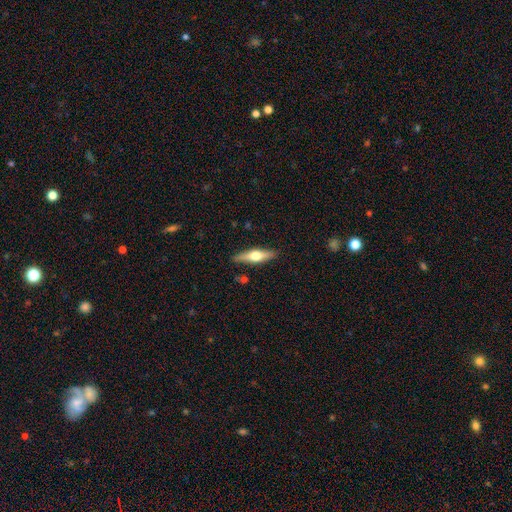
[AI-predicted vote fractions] smooth-or-featured: featured or disk: 56% | smooth: 39% | star or artifact: 5%
  disk-edge-on: yes: 94% | no: 6%
    edge-on-bulge: rounded: 94% | boxy: 4% | none: 2%
  merging: none: 87% | minor disturbance: 10% | major disturbance: 2% | merger: 2%